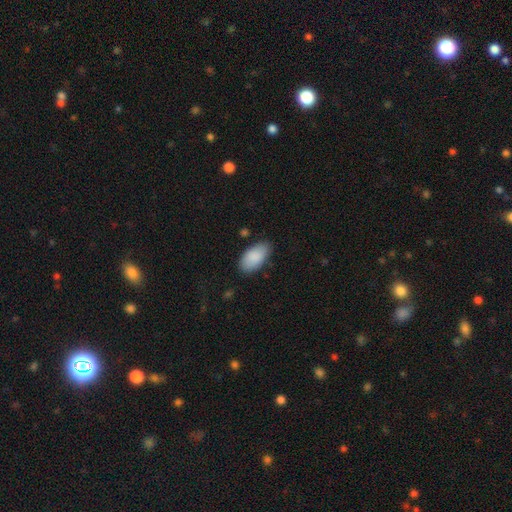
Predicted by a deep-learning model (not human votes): This is clearly a smooth galaxy (89%). How rounded: clearly in between (95%). Merging: clearly none (80%).